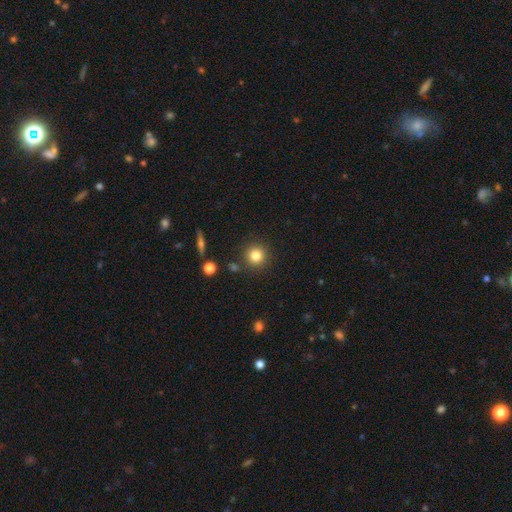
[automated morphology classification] Smooth or featured? smooth (82%)
How rounded? round (93%)
Merging? none (87%)